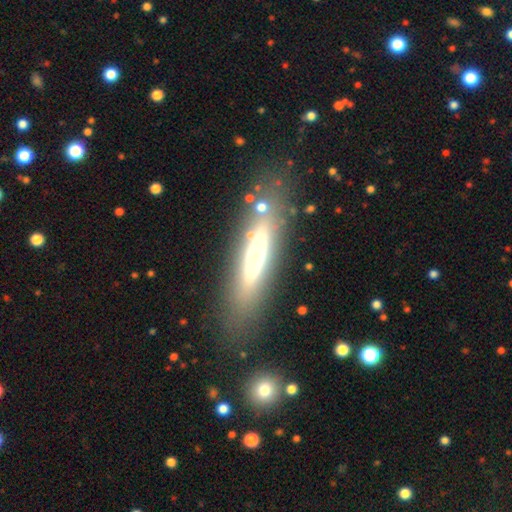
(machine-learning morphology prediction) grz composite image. It shows a featured or disk galaxy (47%). Merging: none (77%).